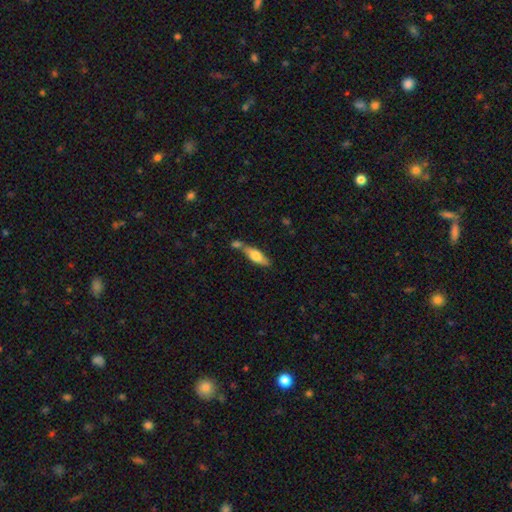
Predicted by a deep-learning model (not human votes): This appears to be a smooth galaxy with no disk features (63%) that is in between round and cigar-shaped (53%). Merging: none (47%).